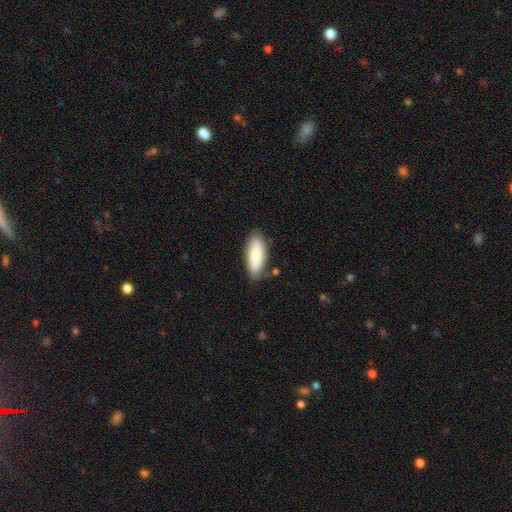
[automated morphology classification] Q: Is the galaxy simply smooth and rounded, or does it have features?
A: smooth — 77%.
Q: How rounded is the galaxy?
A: in between — 76%.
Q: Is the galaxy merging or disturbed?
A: none — 77%.